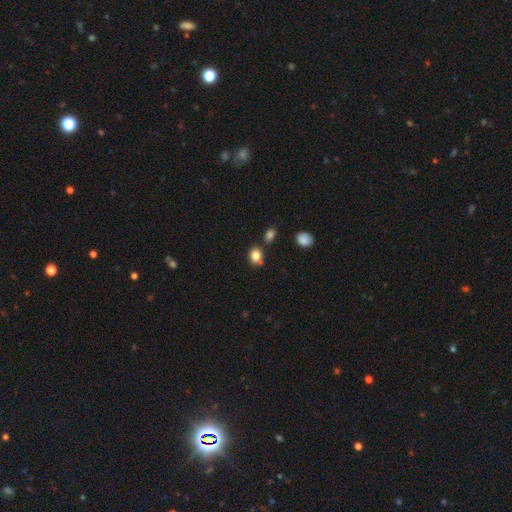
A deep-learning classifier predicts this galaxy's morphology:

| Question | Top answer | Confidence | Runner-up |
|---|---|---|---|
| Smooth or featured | smooth | 83% | star or artifact (11%) |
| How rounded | in between | 51% | round (47%) |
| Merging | none | 64% | minor disturbance (21%) |